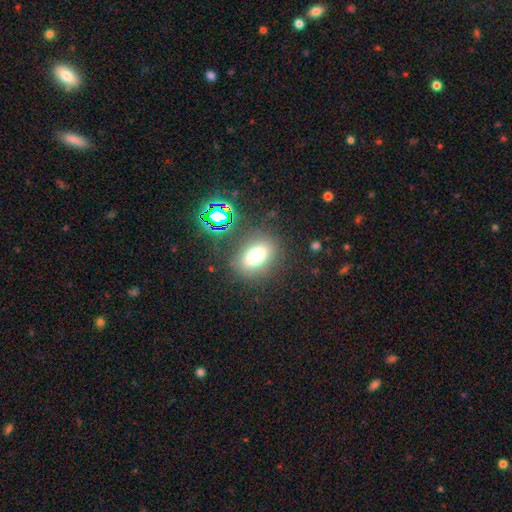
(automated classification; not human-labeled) Smooth or featured? smooth (68%)
How rounded? in between (66%)
Merging? none (82%)